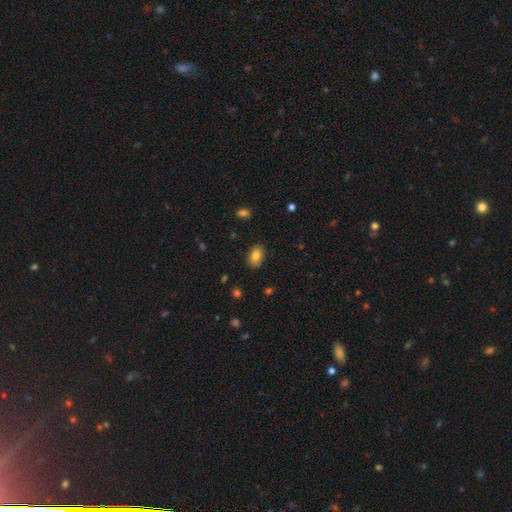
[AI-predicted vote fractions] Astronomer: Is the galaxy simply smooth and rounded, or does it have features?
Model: smooth — 83%.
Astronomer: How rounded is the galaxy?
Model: in between — 87%.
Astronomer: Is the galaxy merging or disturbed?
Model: none — 86%.